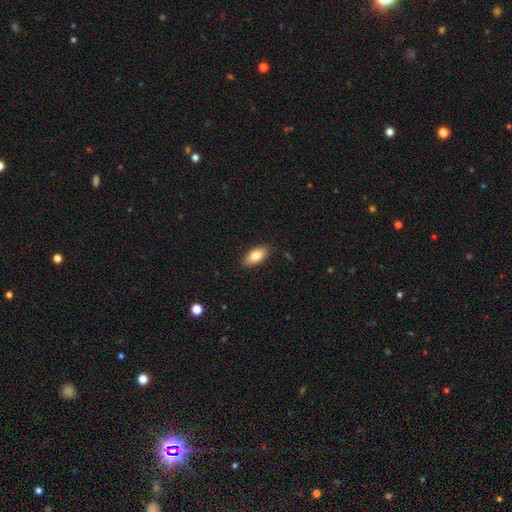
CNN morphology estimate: Q: Smooth or featured?
A: smooth (82%); runner-up: featured or disk (11%)
Q: How rounded?
A: in between (90%); runner-up: cigar-shaped (7%)
Q: Merging?
A: none (87%); runner-up: minor disturbance (10%)